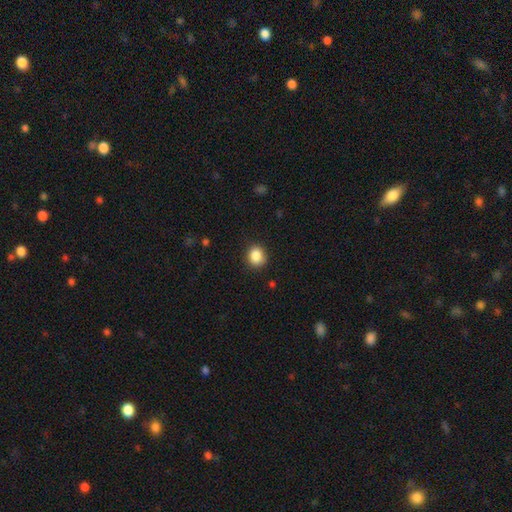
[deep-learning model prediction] Smooth or featured?
  - smooth: 87% *
  - star or artifact: 9%
  - featured or disk: 4%
How rounded?
  - round: 72% *
  - in between: 27%
  - cigar-shaped: 1%
Merging?
  - none: 86% *
  - minor disturbance: 10%
  - major disturbance: 3%
  - merger: 1%